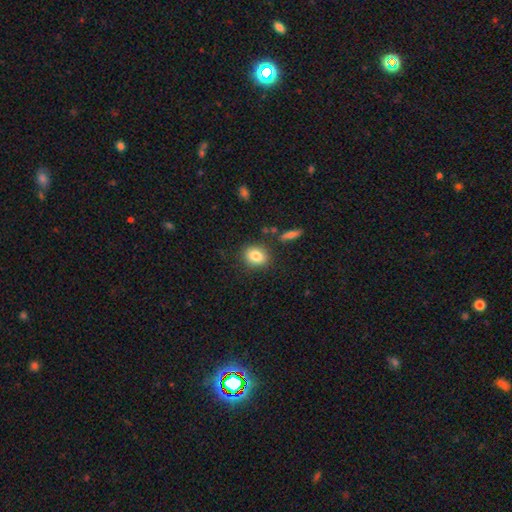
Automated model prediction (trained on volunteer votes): This is clearly a smooth galaxy (83%). How rounded: possibly round (50%). Merging: clearly none (84%).